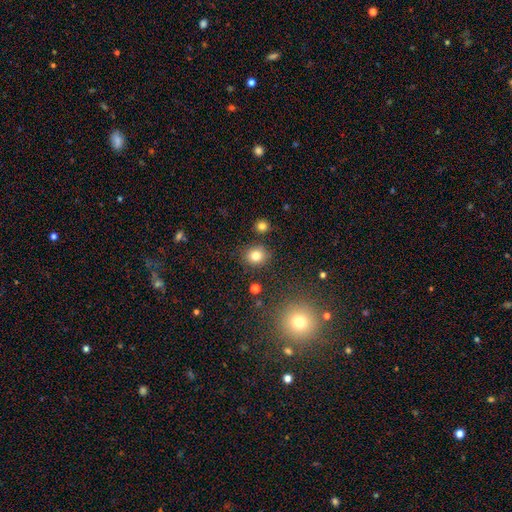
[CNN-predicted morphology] Q: Smooth or featured?
A: smooth (80%); runner-up: star or artifact (13%)
Q: How rounded?
A: round (74%); runner-up: in between (25%)
Q: Merging?
A: none (83%); runner-up: minor disturbance (9%)